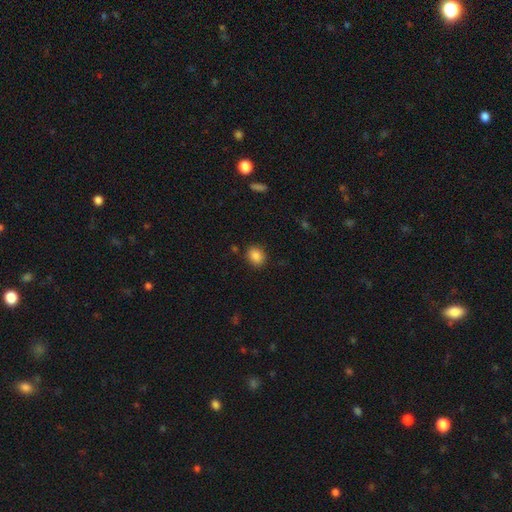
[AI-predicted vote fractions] Morphology: type=smooth (86%); roundness=round (51%); merging=none (86%).